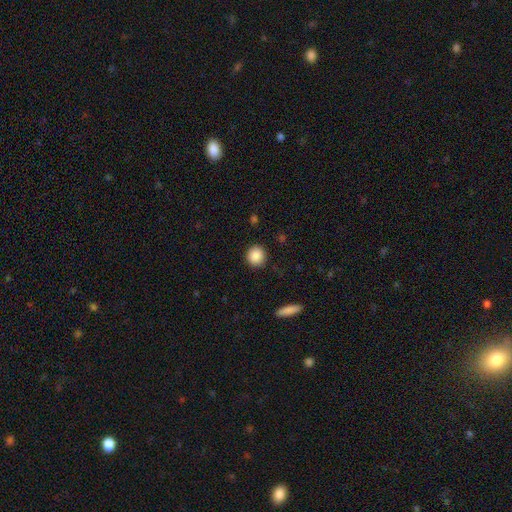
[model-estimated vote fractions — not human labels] This is clearly a smooth galaxy (89%). How rounded: clearly round (91%). Merging: clearly none (90%).